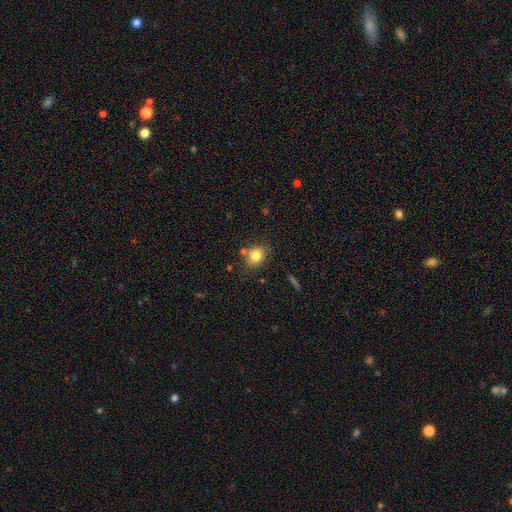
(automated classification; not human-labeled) This appears to be a smooth galaxy with no disk features (80%) that is round (55%). Merging: none (72%).